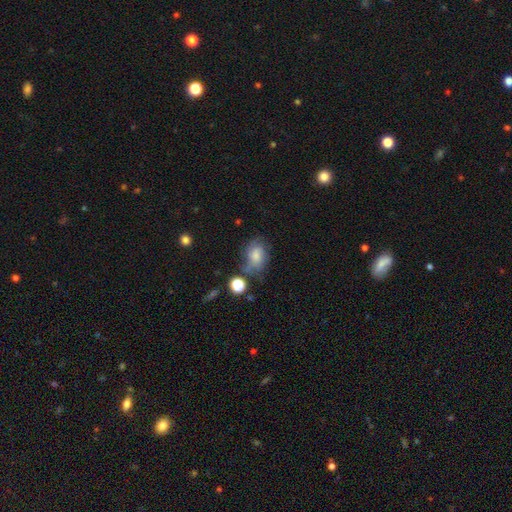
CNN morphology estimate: Smooth or featured?
  - smooth: 65% *
  - featured or disk: 24%
  - star or artifact: 11%
How rounded?
  - in between: 73% *
  - round: 25%
  - cigar-shaped: 2%
Merging?
  - none: 47% *
  - minor disturbance: 29%
  - major disturbance: 16%
  - merger: 7%